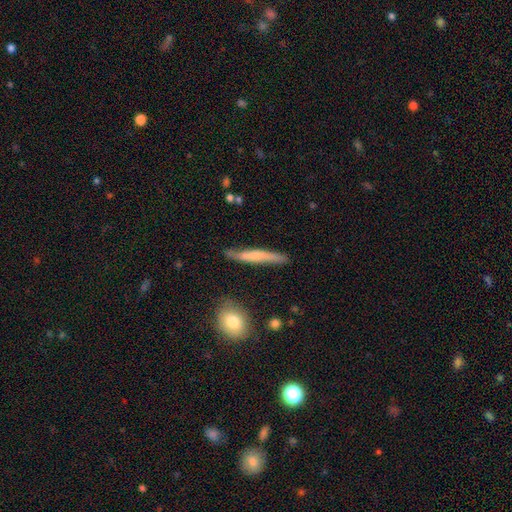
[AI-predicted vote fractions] Smooth or featured: smooth — 49% (featured or disk — 45%)
Merging: none — 79% (minor disturbance — 16%)